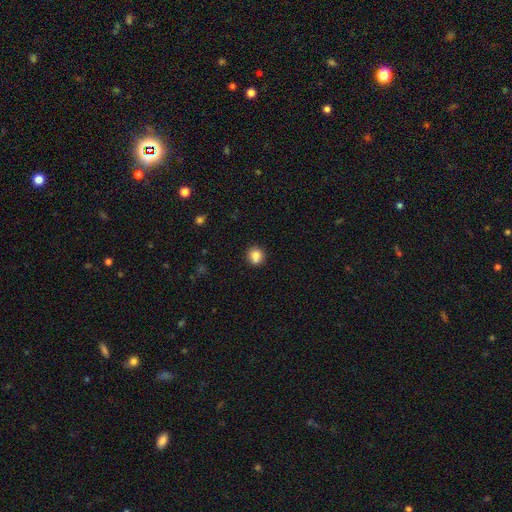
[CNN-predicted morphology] A smooth galaxy with no disk features (80%) that is round (84%).

Vote fractions:
- Smooth or featured? smooth: 80% / star or artifact: 10% / featured or disk: 9%
- How rounded? round: 84% / in between: 15% / cigar-shaped: 1%
- Merging? none: 71% / merger: 13% / minor disturbance: 13% / major disturbance: 3%